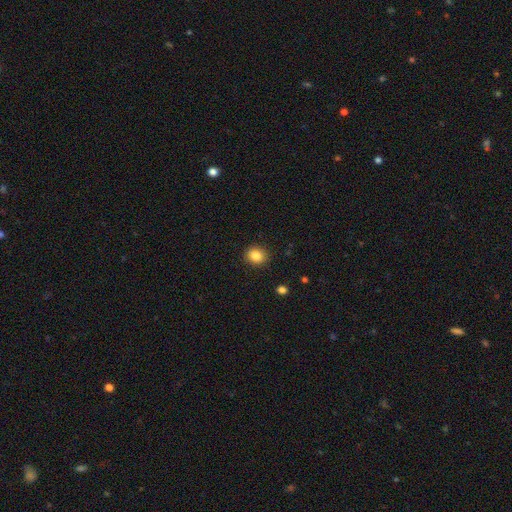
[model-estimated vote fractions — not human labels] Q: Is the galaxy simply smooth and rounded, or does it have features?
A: smooth — 85%.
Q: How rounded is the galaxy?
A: round — 75%.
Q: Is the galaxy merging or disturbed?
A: none — 90%.